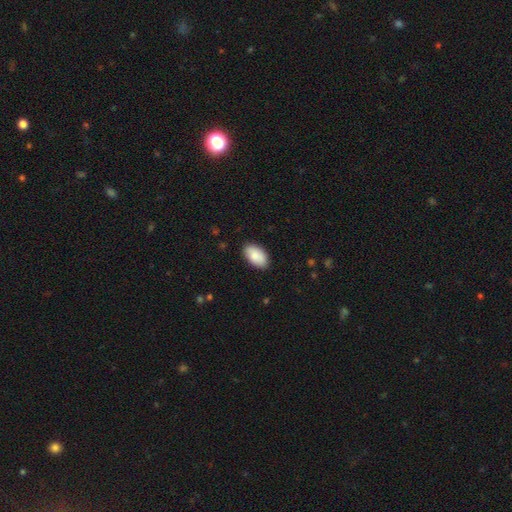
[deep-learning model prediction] Smooth or featured: smooth — 86% (featured or disk — 8%)
How rounded: in between — 95% (round — 4%)
Merging: none — 87% (minor disturbance — 10%)